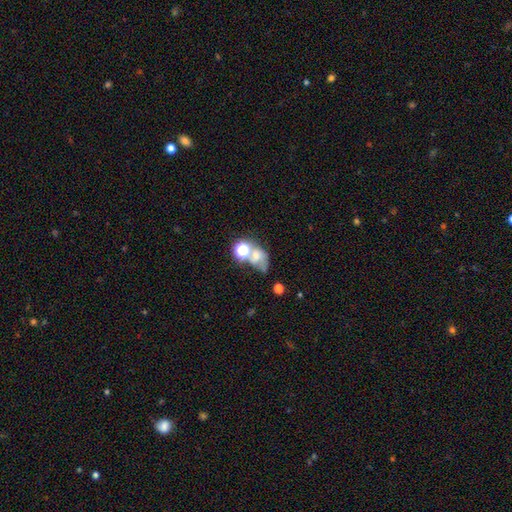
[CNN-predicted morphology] A smooth galaxy with no disk features (43%).

Vote fractions:
- Smooth or featured? smooth: 43% / featured or disk: 28% / star or artifact: 28%
- Merging? merger: 38% / none: 32% / major disturbance: 16% / minor disturbance: 14%